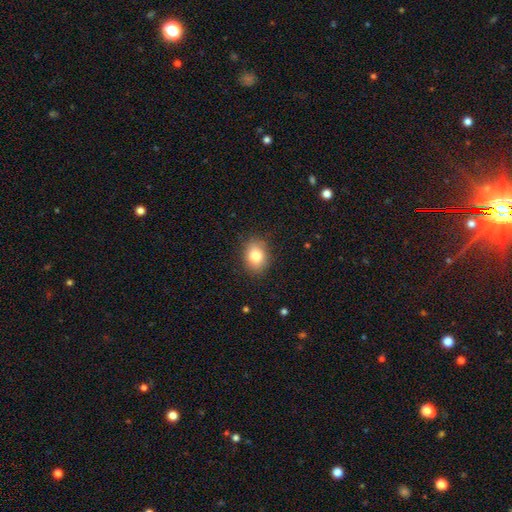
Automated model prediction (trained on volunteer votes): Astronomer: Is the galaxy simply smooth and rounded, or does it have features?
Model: smooth — 82%.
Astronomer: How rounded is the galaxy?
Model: in between — 63%.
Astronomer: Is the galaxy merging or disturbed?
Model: none — 86%.